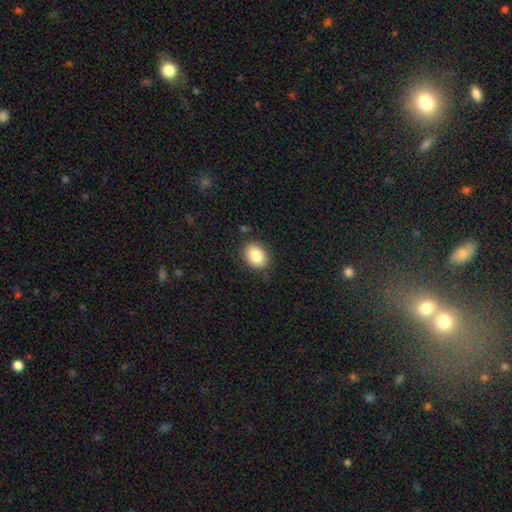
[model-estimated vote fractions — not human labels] Smooth or featured?
  - smooth: 84% *
  - star or artifact: 8%
  - featured or disk: 8%
How rounded?
  - in between: 64% *
  - round: 35%
  - cigar-shaped: 1%
Merging?
  - none: 86% *
  - minor disturbance: 11%
  - major disturbance: 3%
  - merger: 1%